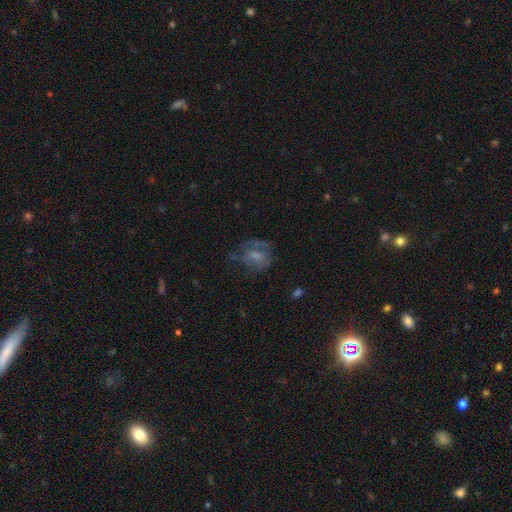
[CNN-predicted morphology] smooth_or_featured: featured or disk (p=0.45) [alt: smooth p=0.42]
merging: none (p=0.41) [alt: major disturbance p=0.33]